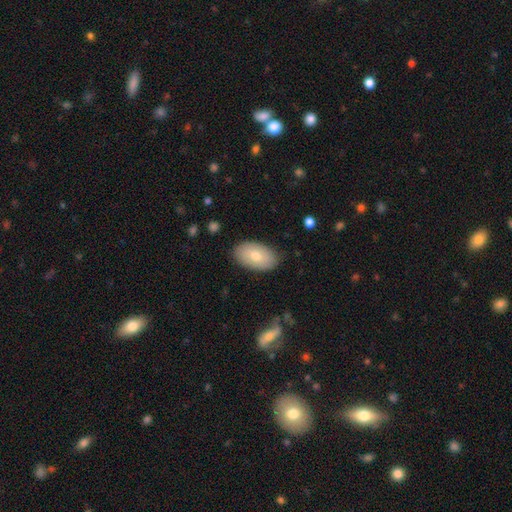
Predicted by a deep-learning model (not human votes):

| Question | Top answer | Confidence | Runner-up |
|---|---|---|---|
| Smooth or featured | smooth | 67% | featured or disk (26%) |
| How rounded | in between | 94% | round (5%) |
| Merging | none | 84% | minor disturbance (12%) |